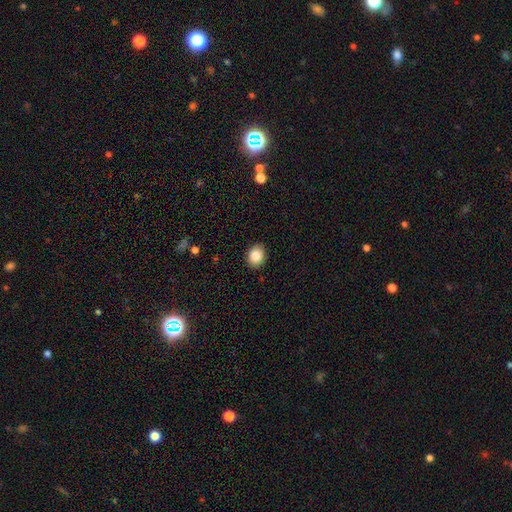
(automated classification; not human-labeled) smooth_or_featured: smooth (p=0.86) [alt: star or artifact p=0.09]
how_rounded: round (p=0.58) [alt: in between p=0.41]
merging: none (p=0.90) [alt: minor disturbance p=0.07]